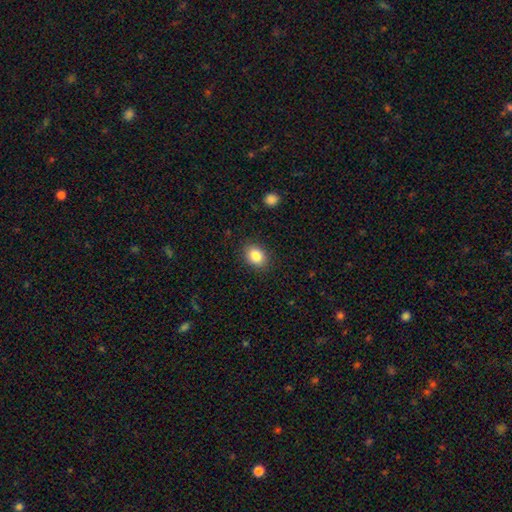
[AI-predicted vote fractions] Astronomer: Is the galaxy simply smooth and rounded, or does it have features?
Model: smooth — 85%.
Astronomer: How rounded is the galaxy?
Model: in between — 61% (runner-up: round, 38%).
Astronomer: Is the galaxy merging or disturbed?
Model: none — 87%.